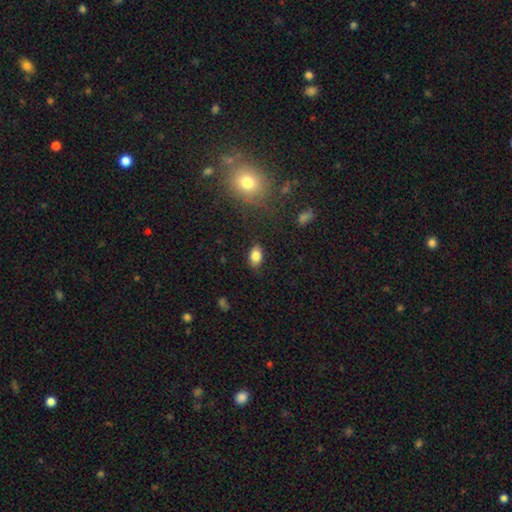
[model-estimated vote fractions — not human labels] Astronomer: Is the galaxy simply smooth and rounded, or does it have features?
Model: smooth — 83%.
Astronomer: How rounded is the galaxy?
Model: in between — 88%.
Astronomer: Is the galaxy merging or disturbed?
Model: none — 82%.